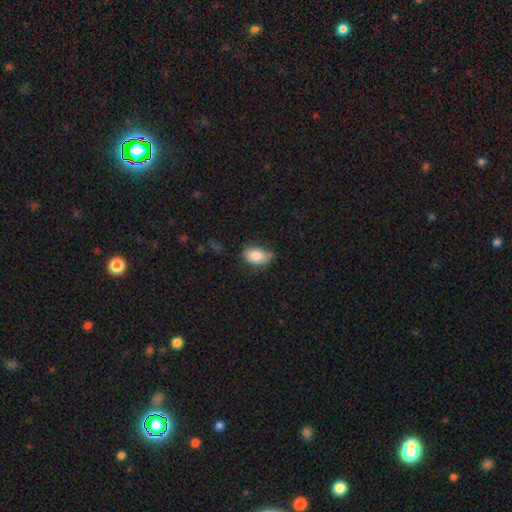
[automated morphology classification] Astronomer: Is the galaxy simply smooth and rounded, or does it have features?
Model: smooth — 82%.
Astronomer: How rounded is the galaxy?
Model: in between — 87%.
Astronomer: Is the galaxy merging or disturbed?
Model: none — 61%.